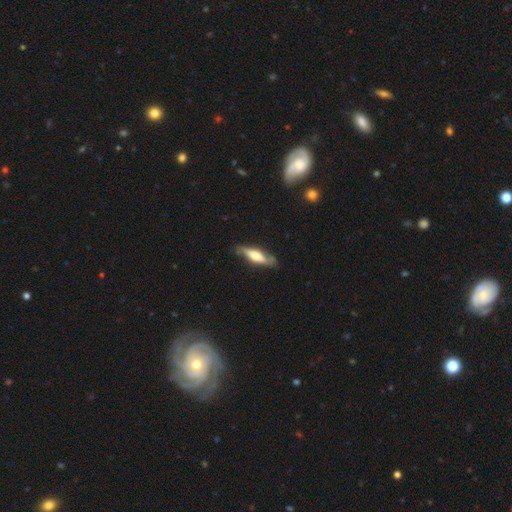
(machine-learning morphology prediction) type=featured or disk (54%); edge-on=yes (78%); merging=none (73%).